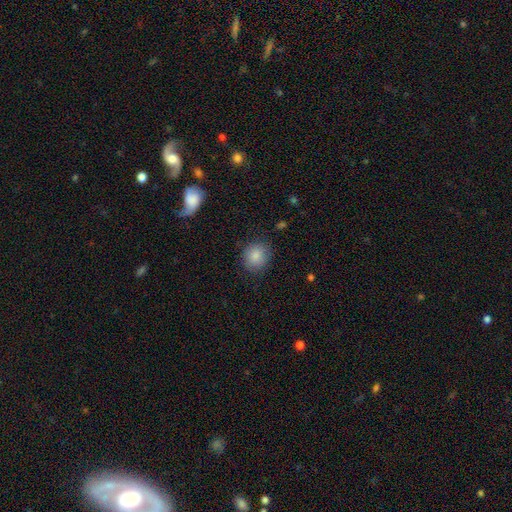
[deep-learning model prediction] A smooth galaxy with no disk features (85%) that is round (74%).

Vote fractions:
- Smooth or featured? smooth: 85% / star or artifact: 9% / featured or disk: 6%
- How rounded? round: 74% / in between: 25% / cigar-shaped: 1%
- Merging? none: 83% / minor disturbance: 13% / major disturbance: 4% / merger: 1%